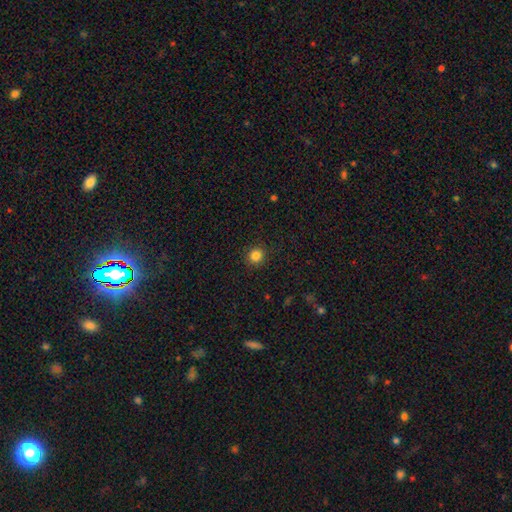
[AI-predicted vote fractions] Smooth or featured: smooth — 84% (star or artifact — 12%)
How rounded: round — 92% (in between — 7%)
Merging: none — 91% (minor disturbance — 6%)